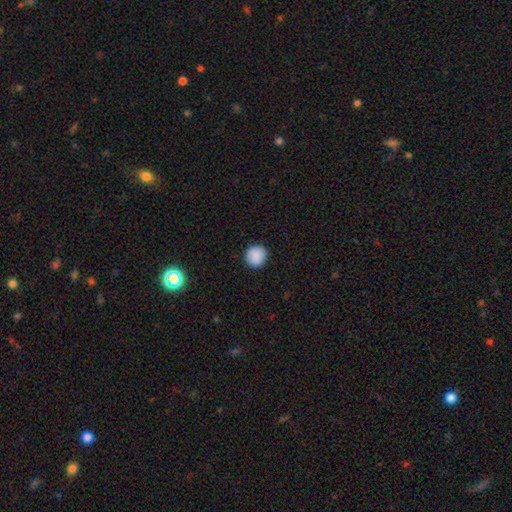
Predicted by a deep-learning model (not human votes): The model was most divided on "smooth or featured": smooth: 89%, star or artifact: 8%, featured or disk: 3%. More confident: how rounded — round (94%); merging — none (92%).